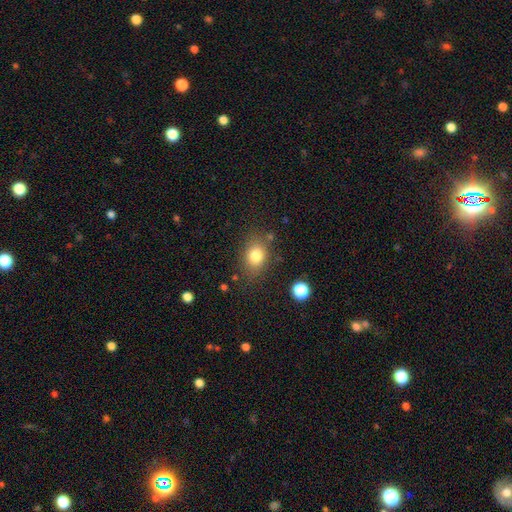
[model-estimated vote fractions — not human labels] A smooth galaxy with no disk features (80%) that is in between round and cigar-shaped (60%). Merging: none (77%).